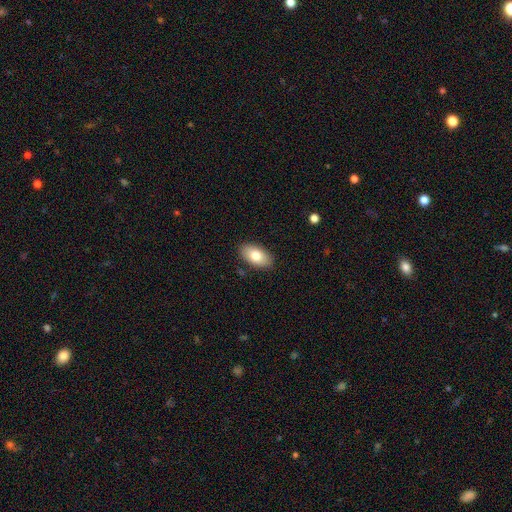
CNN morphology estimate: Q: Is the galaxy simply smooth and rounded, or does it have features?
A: smooth — 78%.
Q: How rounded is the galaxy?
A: in between — 94%.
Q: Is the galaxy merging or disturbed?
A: none — 88%.